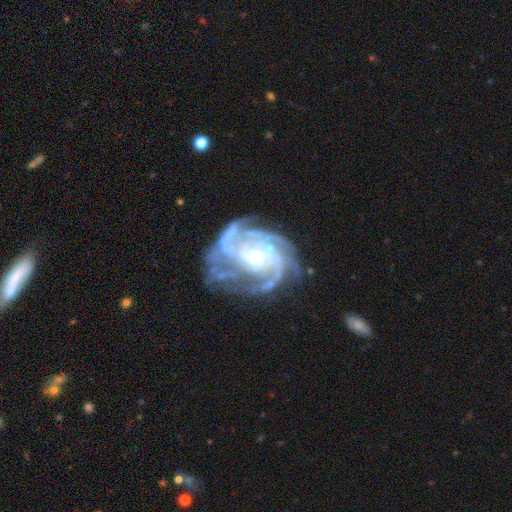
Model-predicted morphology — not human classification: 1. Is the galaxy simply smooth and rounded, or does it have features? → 91% featured or disk, 6% star or artifact, 3% smooth.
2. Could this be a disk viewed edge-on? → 98% no, 2% yes.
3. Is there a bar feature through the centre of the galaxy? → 61% no, 28% weak, 11% strong.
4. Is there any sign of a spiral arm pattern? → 98% yes, 2% no.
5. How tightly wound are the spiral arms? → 58% tight, 36% medium, 6% loose.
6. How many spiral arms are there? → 28% 3, 24% 4, 16% can't tell, 14% 2, 10% more than 4, 8% 1.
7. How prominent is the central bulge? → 66% small, 22% moderate, 7% none, 4% large, 1% dominant.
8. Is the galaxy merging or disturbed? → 63% none, 20% minor disturbance, 14% major disturbance, 3% merger.